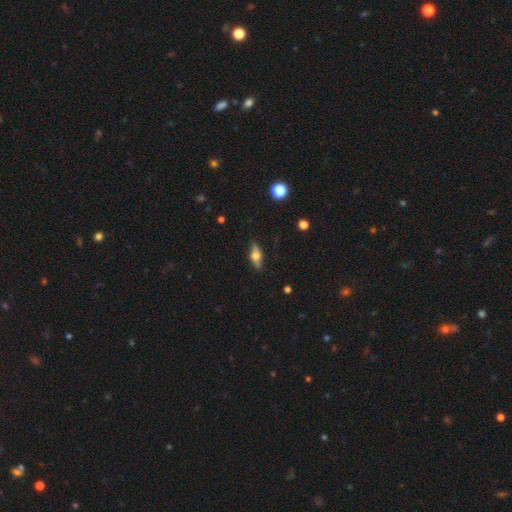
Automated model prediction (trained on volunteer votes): This appears to be a featured or disk galaxy (50%) viewed edge-on (89%). Merging: none (84%).